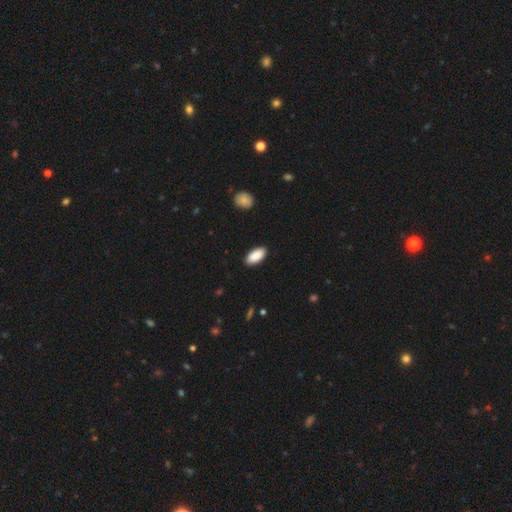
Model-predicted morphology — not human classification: A smooth galaxy with no disk features (91%) that is in between round and cigar-shaped (91%).

Vote fractions:
- Smooth or featured? smooth: 91% / star or artifact: 6% / featured or disk: 4%
- How rounded? in between: 91% / cigar-shaped: 7% / round: 2%
- Merging? none: 90% / minor disturbance: 7% / major disturbance: 2% / merger: 1%